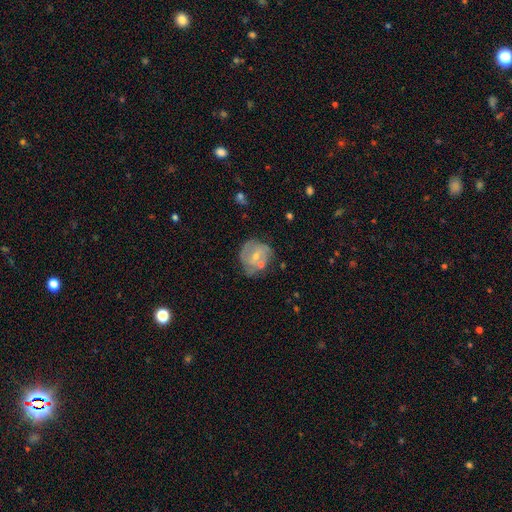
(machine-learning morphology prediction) Smooth or featured?
  - featured or disk: 61% *
  - smooth: 31%
  - star or artifact: 8%
Edge-on disk?
  - no: 97% *
  - yes: 3%
Bar?
  - no: 48% *
  - weak: 42%
  - strong: 10%
Spiral arms?
  - yes: 73% *
  - no: 27%
Bulge size?
  - small: 51% *
  - moderate: 44%
  - none: 3%
  - large: 1%
  - dominant: 1%
Merging?
  - none: 52% *
  - minor disturbance: 23%
  - merger: 16%
  - major disturbance: 9%